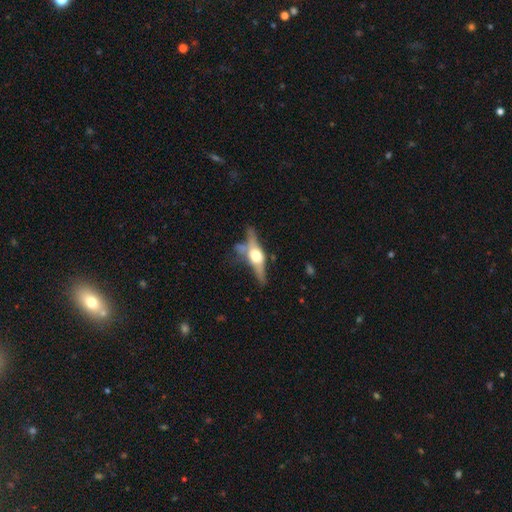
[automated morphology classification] Smooth or featured? Predicted: featured or disk (p=0.73). Edge-on disk? Predicted: yes (p=0.92). Edge-on bulge? Predicted: rounded (p=0.94). Merging? Predicted: none (p=0.63).